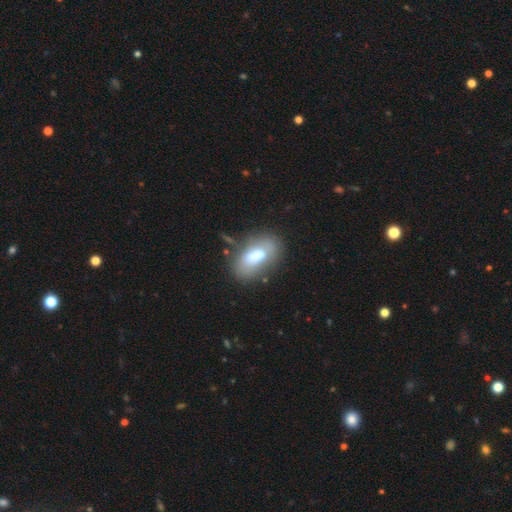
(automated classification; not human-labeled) Q: Smooth or featured?
A: smooth (66%); runner-up: featured or disk (26%)
Q: How rounded?
A: in between (89%); runner-up: round (6%)
Q: Merging?
A: none (64%); runner-up: minor disturbance (20%)